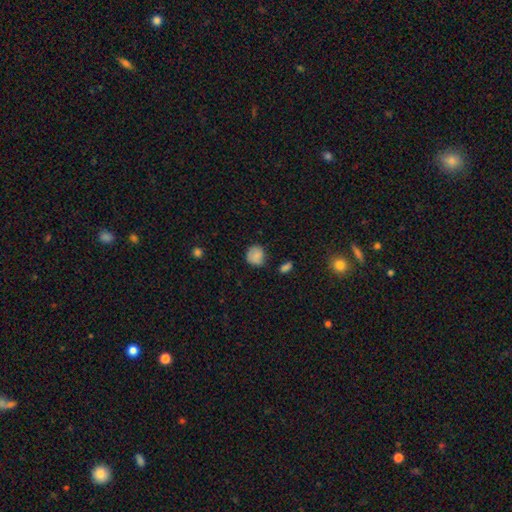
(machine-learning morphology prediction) smooth-or-featured: smooth: 83% | star or artifact: 9% | featured or disk: 8%
  how-rounded: round: 82% | in between: 17% | cigar-shaped: 1%
  merging: none: 68% | minor disturbance: 24% | major disturbance: 4% | merger: 4%